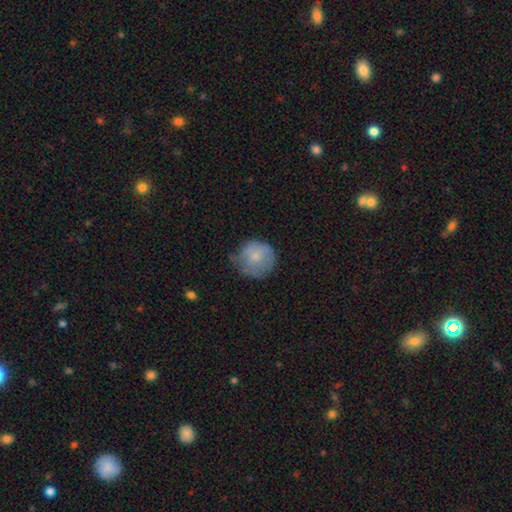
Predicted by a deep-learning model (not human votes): Overall: smooth (71%). How rounded: round (90%). Merging: none (54%; minor disturbance 33%).